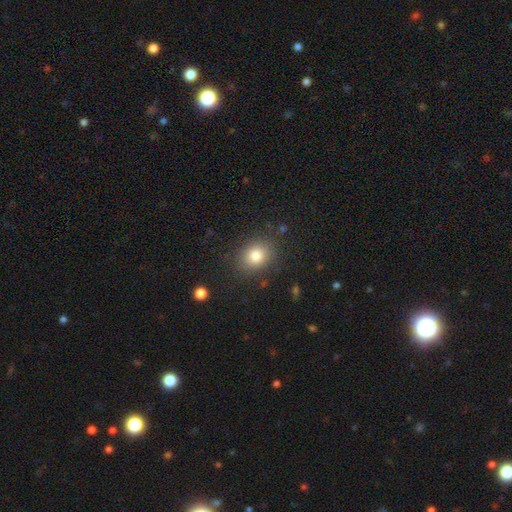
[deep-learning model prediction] Smooth or featured? smooth (81%)
How rounded? round (51%)
Merging? none (84%)